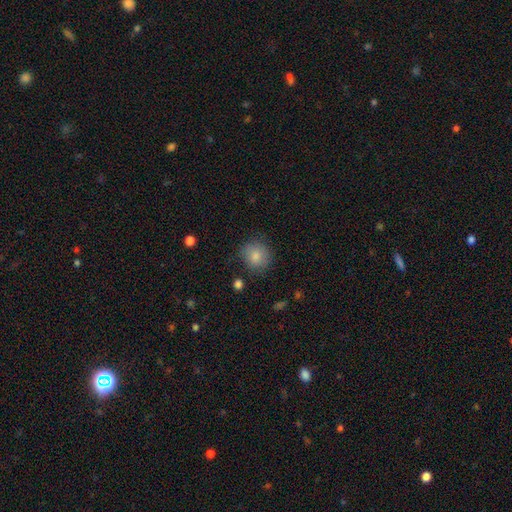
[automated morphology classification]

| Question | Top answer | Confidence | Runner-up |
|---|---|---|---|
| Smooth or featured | smooth | 84% | star or artifact (9%) |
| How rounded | round | 88% | in between (11%) |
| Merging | none | 81% | minor disturbance (13%) |